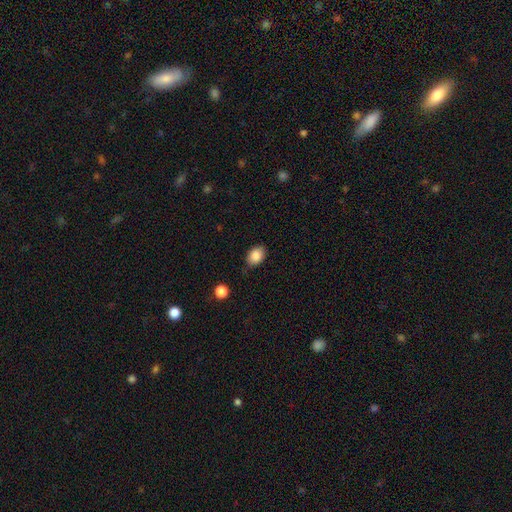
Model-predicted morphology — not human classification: Smooth or featured? Predicted: smooth (p=0.86). How rounded? Predicted: in between (p=0.75). Merging? Predicted: none (p=0.79).